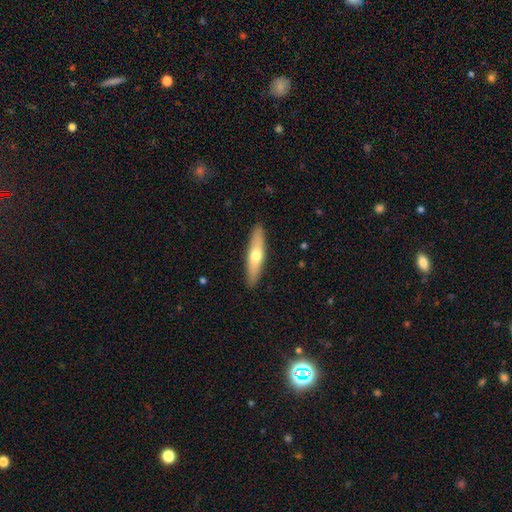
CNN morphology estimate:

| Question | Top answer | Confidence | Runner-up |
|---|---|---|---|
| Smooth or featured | smooth | 55% | featured or disk (40%) |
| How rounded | cigar-shaped | 81% | in between (17%) |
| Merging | none | 90% | minor disturbance (7%) |